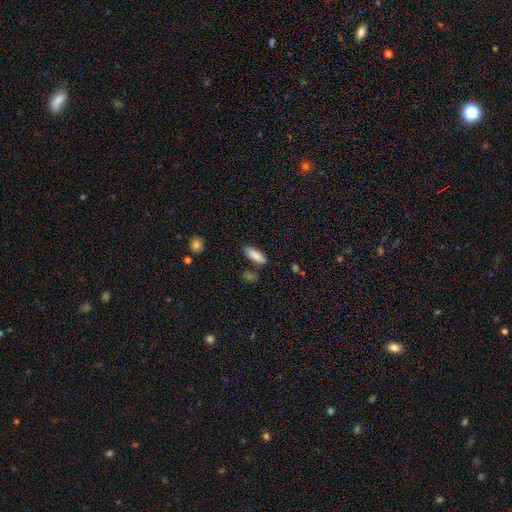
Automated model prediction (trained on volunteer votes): A smooth galaxy with no disk features (85%) that is in between round and cigar-shaped (62%).

Vote fractions:
- Smooth or featured? smooth: 85% / featured or disk: 9% / star or artifact: 7%
- How rounded? in between: 62% / cigar-shaped: 36% / round: 2%
- Merging? none: 77% / minor disturbance: 14% / merger: 6% / major disturbance: 3%